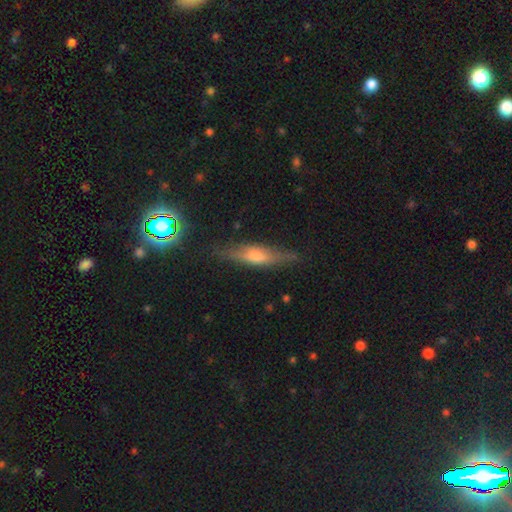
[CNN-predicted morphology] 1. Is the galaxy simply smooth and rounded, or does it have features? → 53% featured or disk, 38% smooth, 10% star or artifact.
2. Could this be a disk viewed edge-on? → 89% yes, 11% no.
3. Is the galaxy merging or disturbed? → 81% none, 14% minor disturbance, 4% major disturbance, 2% merger.